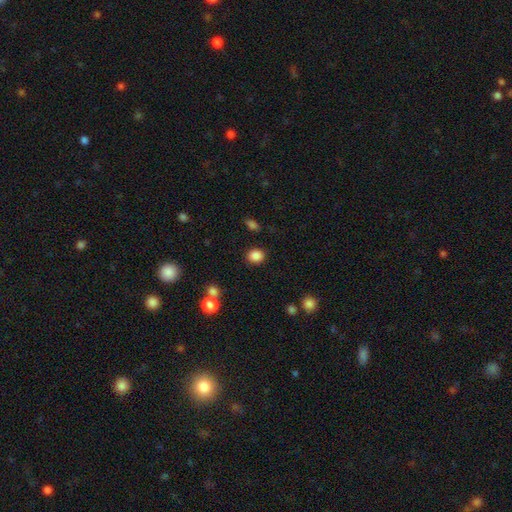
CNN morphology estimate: Smooth or featured: smooth — 86% (star or artifact — 10%)
How rounded: round — 69% (in between — 30%)
Merging: none — 87% (minor disturbance — 7%)